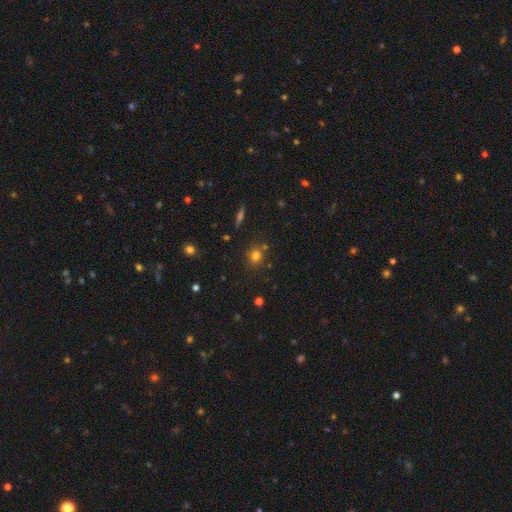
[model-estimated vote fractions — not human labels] This appears to be a smooth galaxy with no disk features (74%) that is round (79%). Merging: none (78%).